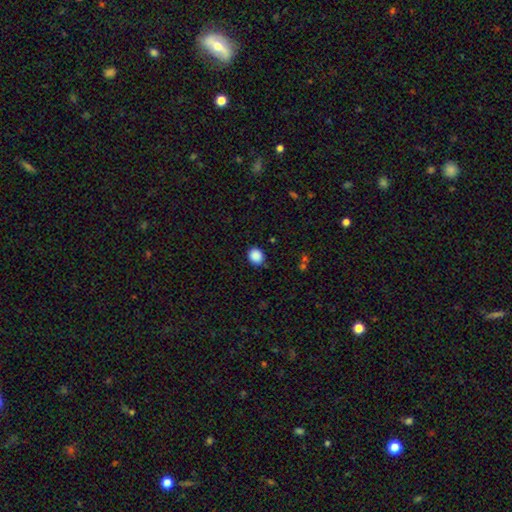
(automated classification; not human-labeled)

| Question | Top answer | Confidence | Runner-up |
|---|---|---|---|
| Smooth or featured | smooth | 89% | star or artifact (9%) |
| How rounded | round | 76% | in between (23%) |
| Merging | none | 88% | minor disturbance (8%) |